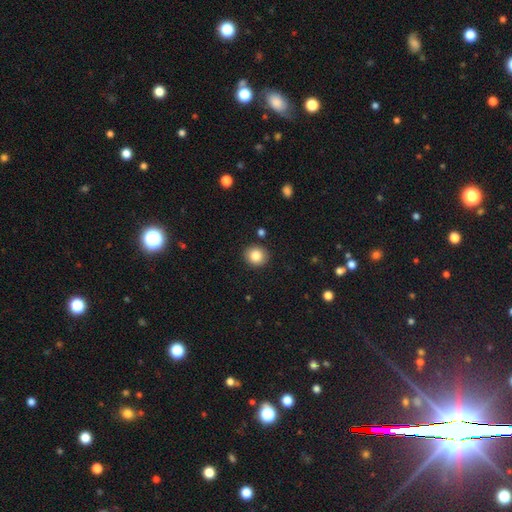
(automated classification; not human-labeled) smooth-or-featured: smooth: 85% | star or artifact: 9% | featured or disk: 6%
  how-rounded: round: 86% | in between: 13% | cigar-shaped: 1%
  merging: none: 90% | minor disturbance: 6% | major disturbance: 2% | merger: 2%